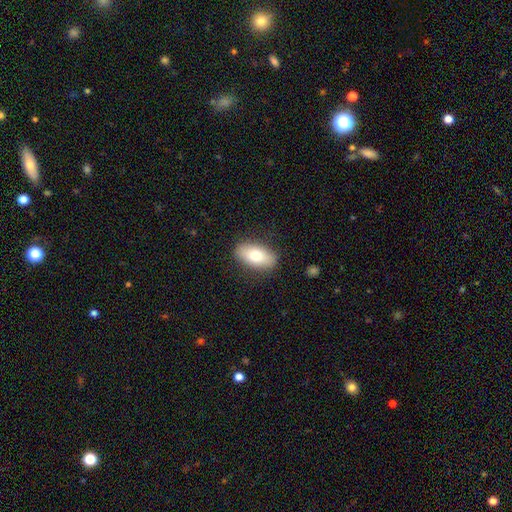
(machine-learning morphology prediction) Smooth or featured? Predicted: smooth (p=0.75). How rounded? Predicted: in between (p=0.90). Merging? Predicted: none (p=0.86).